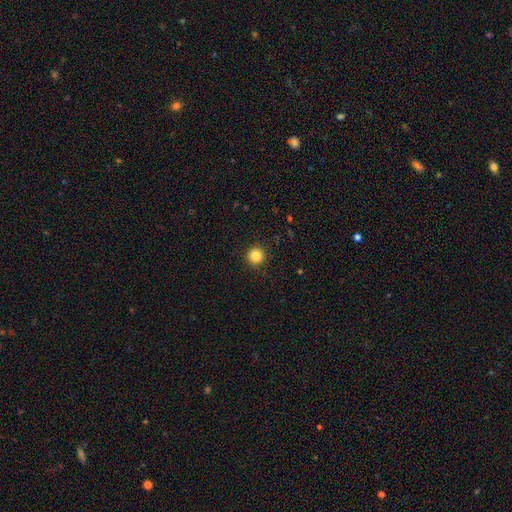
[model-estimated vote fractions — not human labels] A smooth galaxy with no disk features (85%) that is round (95%).

Vote fractions:
- Smooth or featured? smooth: 85% / star or artifact: 11% / featured or disk: 4%
- How rounded? round: 95% / in between: 4% / cigar-shaped: 1%
- Merging? none: 92% / minor disturbance: 5% / major disturbance: 2% / merger: 1%